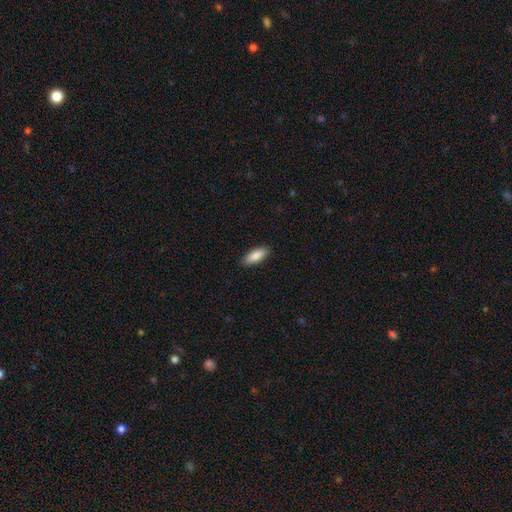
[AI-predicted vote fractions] A smooth galaxy with no disk features (86%) that is in between round and cigar-shaped (75%). Merging: none (90%).